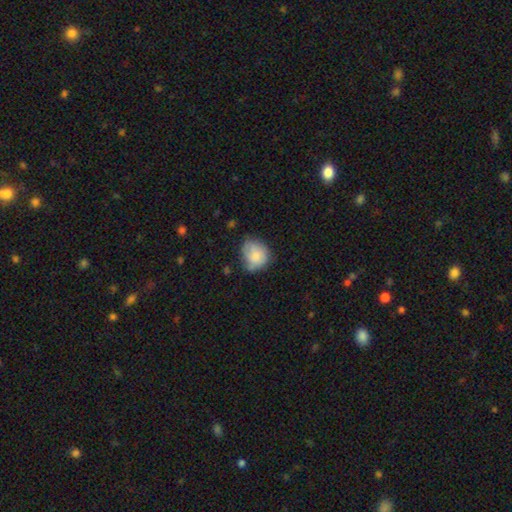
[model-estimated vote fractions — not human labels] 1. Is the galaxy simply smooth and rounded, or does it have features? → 75% smooth, 17% featured or disk, 8% star or artifact.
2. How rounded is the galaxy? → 69% round, 31% in between, 1% cigar-shaped.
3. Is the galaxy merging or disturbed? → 56% none, 33% minor disturbance, 9% major disturbance, 2% merger.